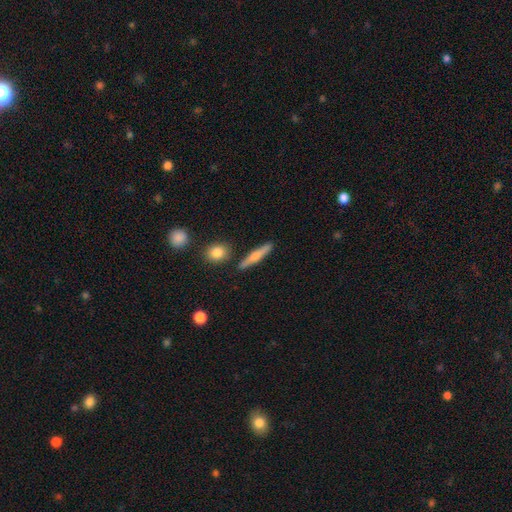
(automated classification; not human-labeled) Q: Smooth or featured?
A: smooth (52%); runner-up: featured or disk (41%)
Q: How rounded?
A: cigar-shaped (85%); runner-up: in between (12%)
Q: Merging?
A: none (85%); runner-up: minor disturbance (8%)